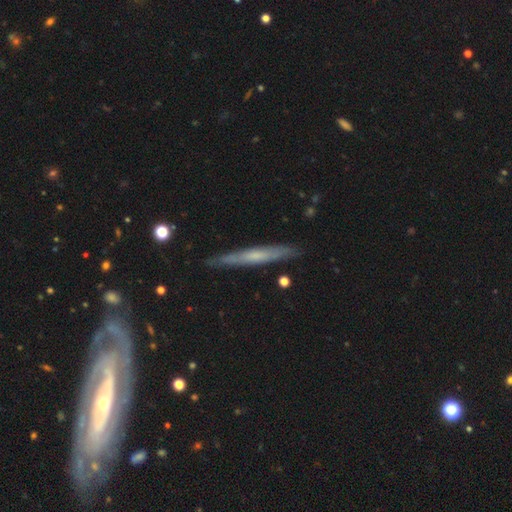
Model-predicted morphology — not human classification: Smooth or featured: featured or disk — 53% (smooth — 41%)
Edge-on disk: yes — 92% (no — 8%)
Merging: none — 84% (minor disturbance — 12%)